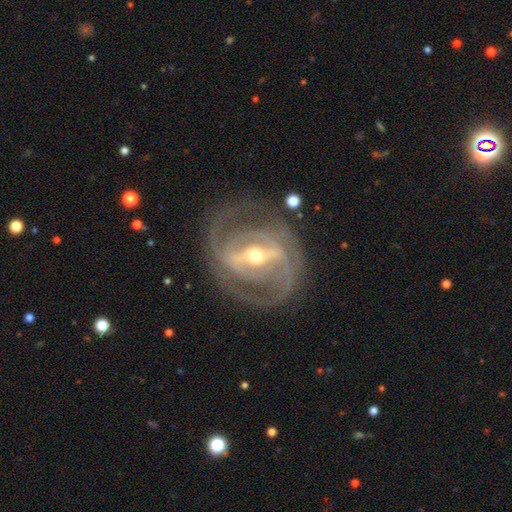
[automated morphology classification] This appears to be a featured or disk galaxy (89%) with a strong bar (69%), 2 (61%) tight (49%) spiral arms (90%) and a moderate central bulge (58%). Merging: none (75%).